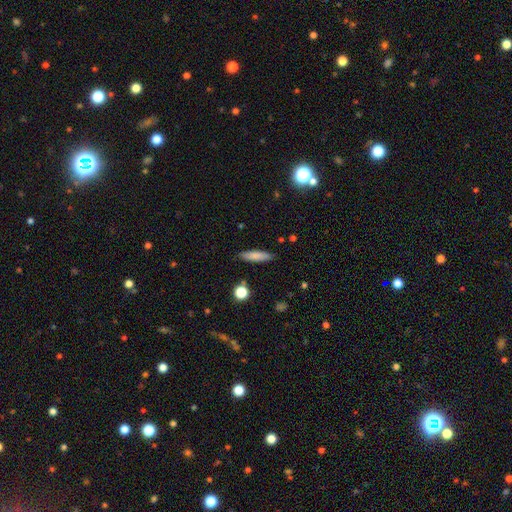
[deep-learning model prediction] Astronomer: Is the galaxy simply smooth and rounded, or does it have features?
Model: smooth — 81%.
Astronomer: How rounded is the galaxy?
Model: cigar-shaped — 73%.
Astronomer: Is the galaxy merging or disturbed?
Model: none — 86%.